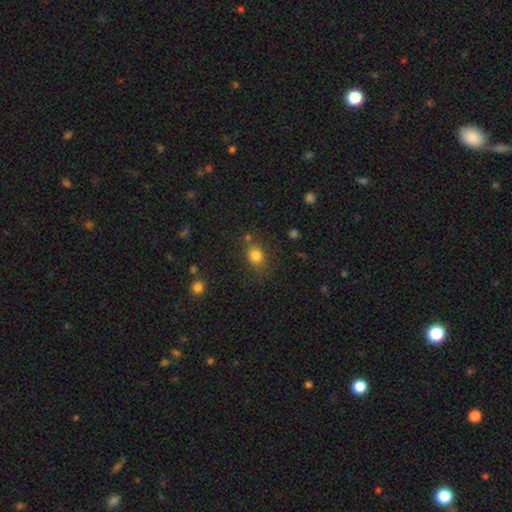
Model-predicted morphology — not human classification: The model was most divided on "how rounded": round: 54%, in between: 45%, cigar-shaped: 1%. More confident: smooth or featured — smooth (81%); merging — none (74%).